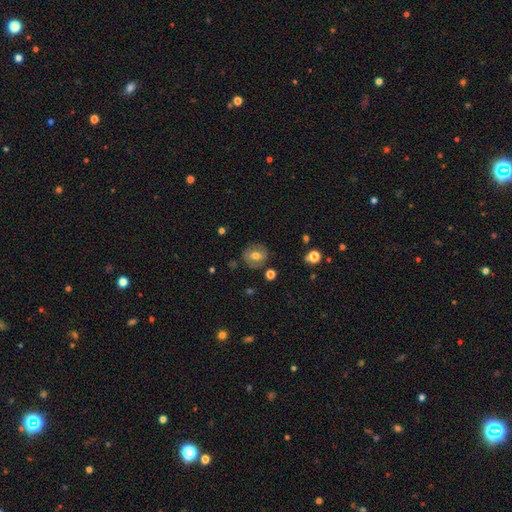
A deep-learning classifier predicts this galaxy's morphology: smooth_or_featured: smooth (p=0.61) [alt: featured or disk p=0.29]
how_rounded: round (p=0.84) [alt: in between p=0.15]
merging: none (p=0.82) [alt: minor disturbance p=0.12]